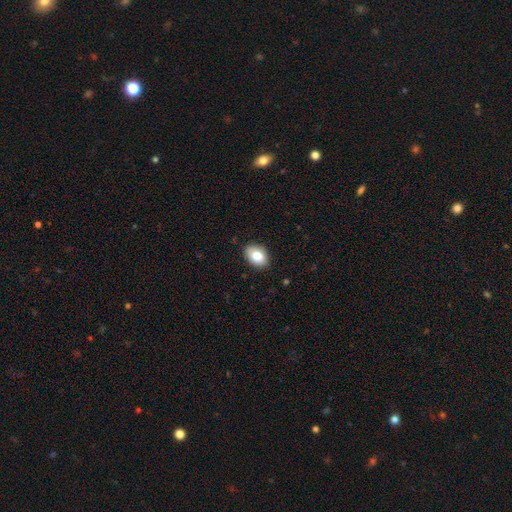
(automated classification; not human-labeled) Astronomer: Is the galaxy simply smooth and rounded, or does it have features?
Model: smooth — 83%.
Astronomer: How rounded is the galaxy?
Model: in between — 79%.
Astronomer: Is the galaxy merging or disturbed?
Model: none — 86%.